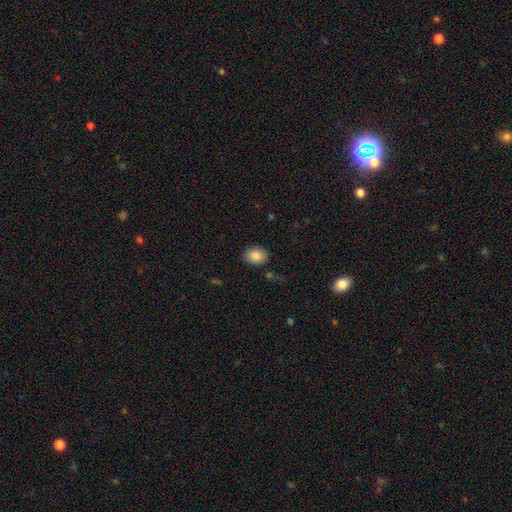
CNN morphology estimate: Overall: smooth (87%). How rounded: in between (64%; round 35%). Merging: none (84%).